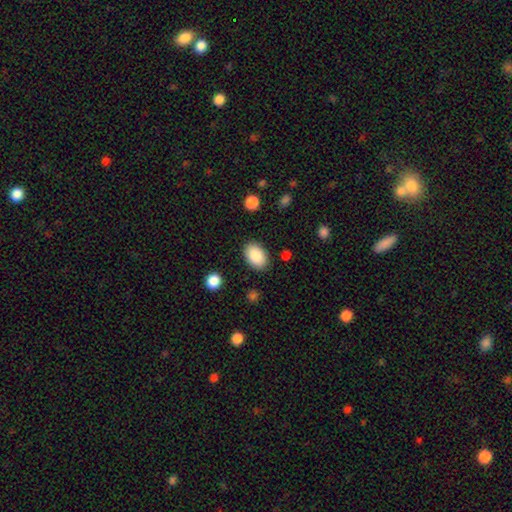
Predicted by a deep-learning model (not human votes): Overall: smooth (89%). How rounded: in between (89%). Merging: none (87%).